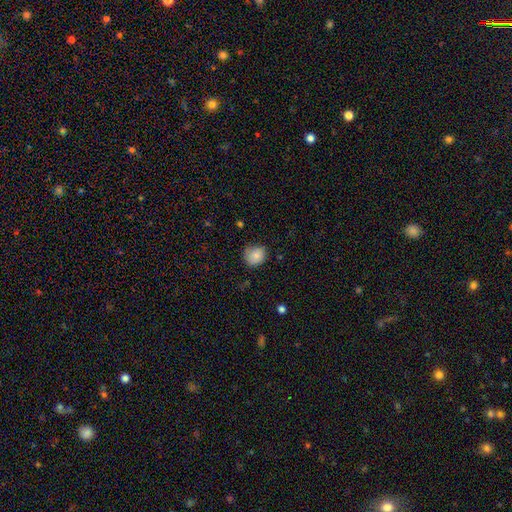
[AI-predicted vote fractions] Morphology: type=smooth (83%); roundness=round (75%); merging=none (68%).